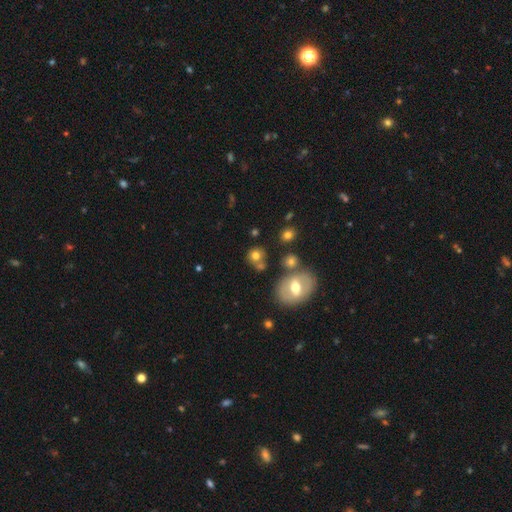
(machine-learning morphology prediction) Q: Smooth or featured?
A: smooth (71%); runner-up: featured or disk (15%)
Q: How rounded?
A: round (79%); runner-up: in between (19%)
Q: Merging?
A: none (63%); runner-up: merger (18%)